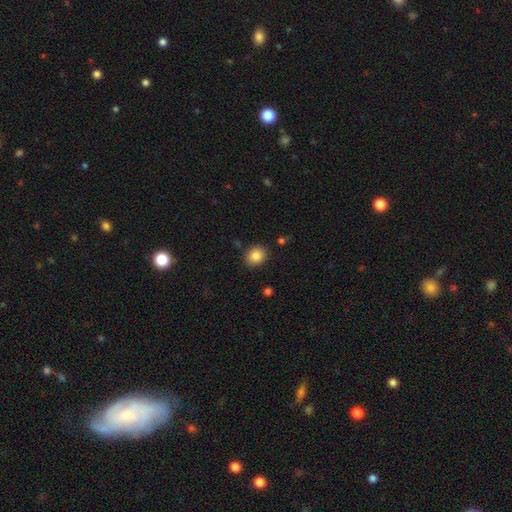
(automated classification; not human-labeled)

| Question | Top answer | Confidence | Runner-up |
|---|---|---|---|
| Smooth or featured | smooth | 84% | star or artifact (10%) |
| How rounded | round | 61% | in between (38%) |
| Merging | none | 87% | minor disturbance (9%) |